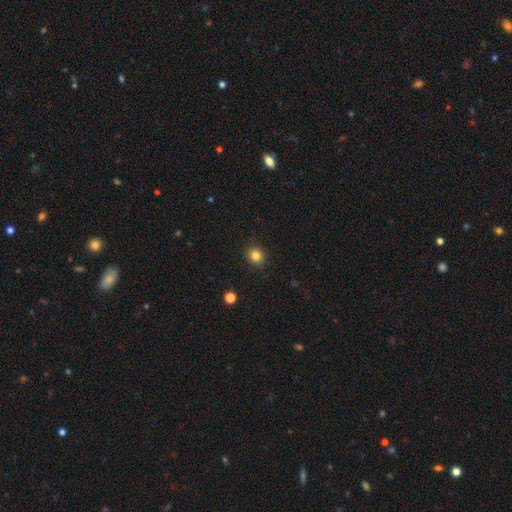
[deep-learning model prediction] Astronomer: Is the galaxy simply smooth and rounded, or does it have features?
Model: smooth — 83%.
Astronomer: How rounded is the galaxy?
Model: round — 78%.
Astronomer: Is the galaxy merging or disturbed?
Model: none — 90%.